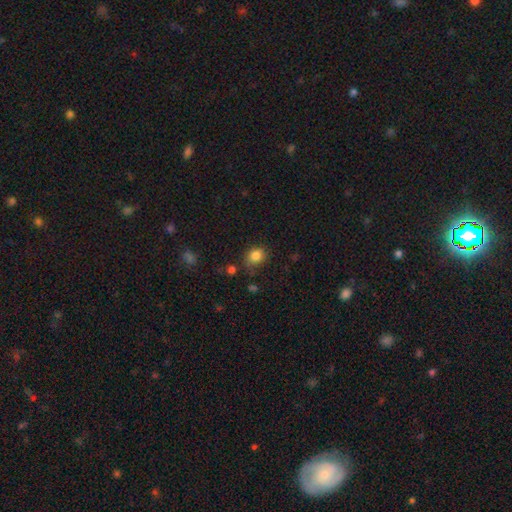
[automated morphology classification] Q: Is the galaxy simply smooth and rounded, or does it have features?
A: smooth — 84%.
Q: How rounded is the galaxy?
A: round — 66%.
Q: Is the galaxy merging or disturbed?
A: none — 73%.